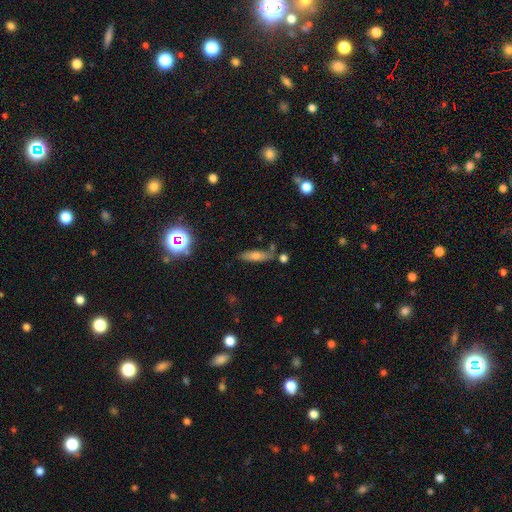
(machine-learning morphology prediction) Smooth or featured: smooth — 54% (featured or disk — 27%)
How rounded: cigar-shaped — 63% (in between — 32%)
Merging: none — 73% (minor disturbance — 15%)